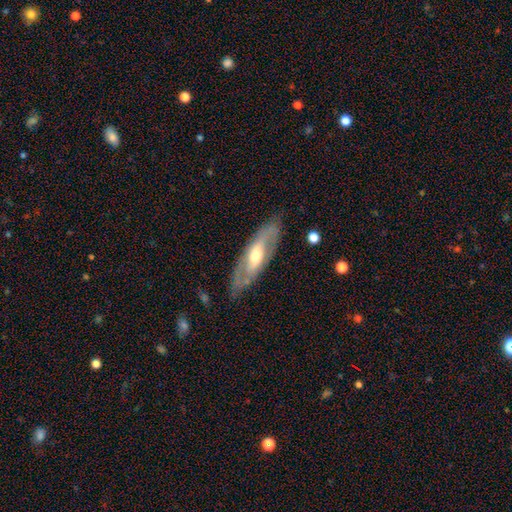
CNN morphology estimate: Smooth or featured?
  - featured or disk: 66% *
  - smooth: 29%
  - star or artifact: 5%
Edge-on disk?
  - no: 74% *
  - yes: 26%
Merging?
  - none: 79% *
  - minor disturbance: 15%
  - major disturbance: 5%
  - merger: 2%